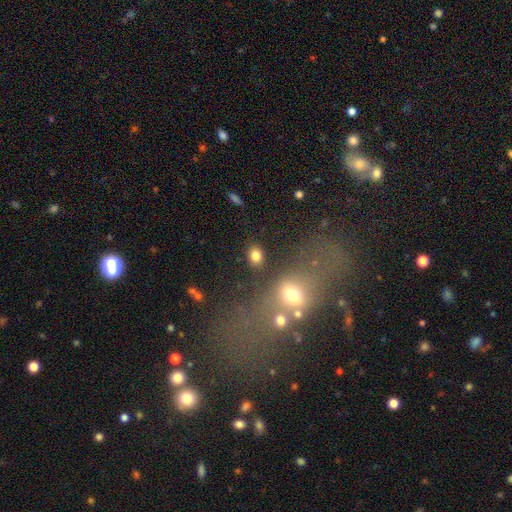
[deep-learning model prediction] smooth_or_featured: smooth (p=0.81) [alt: star or artifact p=0.12]
how_rounded: in between (p=0.54) [alt: round p=0.44]
merging: none (p=0.81) [alt: minor disturbance p=0.09]